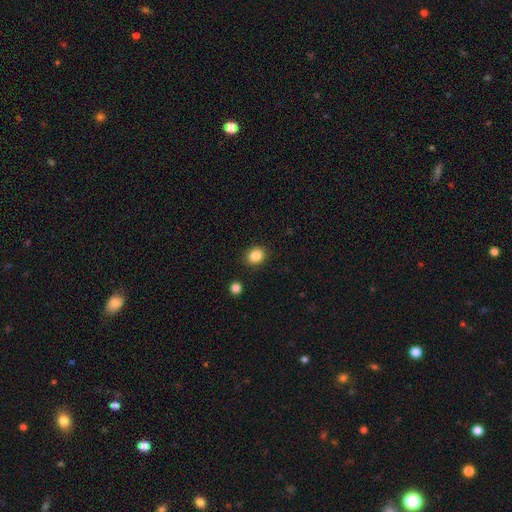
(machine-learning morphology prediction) Smooth or featured? smooth (85%)
How rounded? round (63%)
Merging? none (89%)